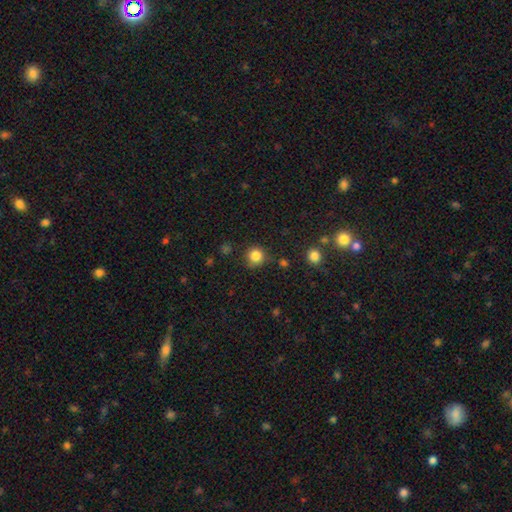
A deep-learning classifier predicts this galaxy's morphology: This is clearly a smooth galaxy (84%). How rounded: clearly round (93%). Merging: likely none (80%).